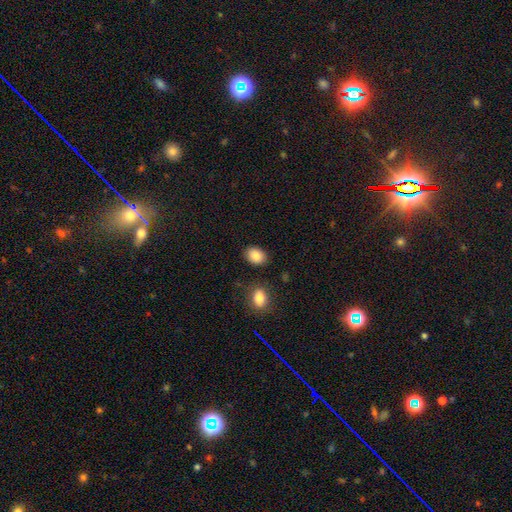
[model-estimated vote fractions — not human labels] A smooth galaxy with no disk features (88%) that is in between round and cigar-shaped (72%). Merging: none (84%).